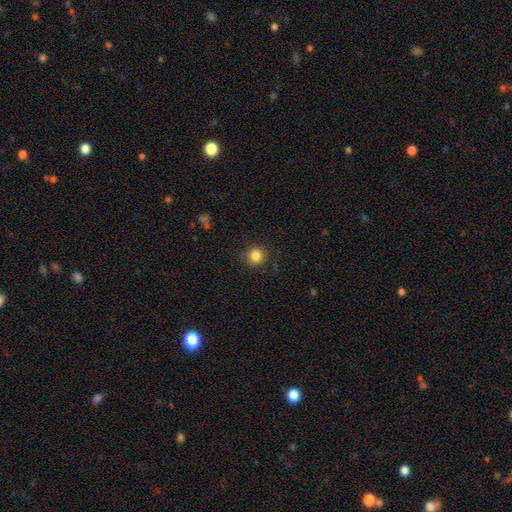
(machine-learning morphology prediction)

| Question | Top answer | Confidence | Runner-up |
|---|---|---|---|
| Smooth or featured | smooth | 84% | star or artifact (11%) |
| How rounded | round | 93% | in between (6%) |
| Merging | none | 87% | minor disturbance (9%) |